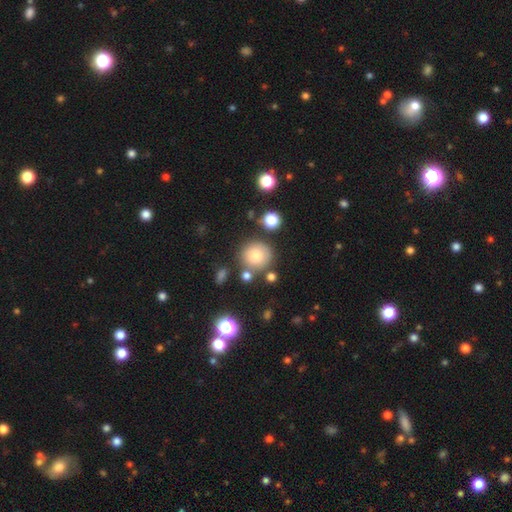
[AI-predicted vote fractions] Smooth or featured?
  - smooth: 75% *
  - featured or disk: 14%
  - star or artifact: 11%
How rounded?
  - round: 92% *
  - in between: 7%
  - cigar-shaped: 1%
Merging?
  - none: 75% *
  - minor disturbance: 12%
  - merger: 9%
  - major disturbance: 4%